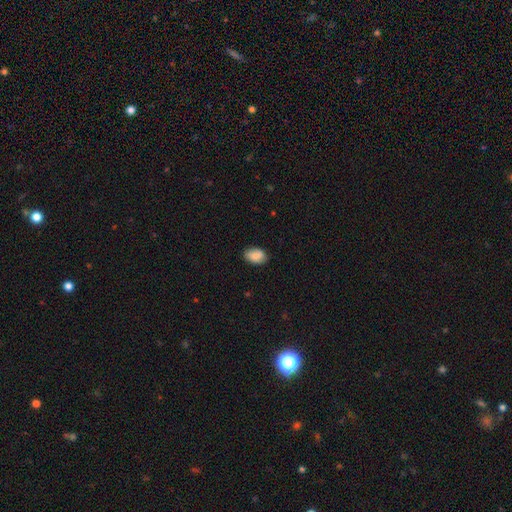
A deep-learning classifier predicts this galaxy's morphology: A smooth galaxy with no disk features (86%) that is in between round and cigar-shaped (86%). Merging: none (80%).